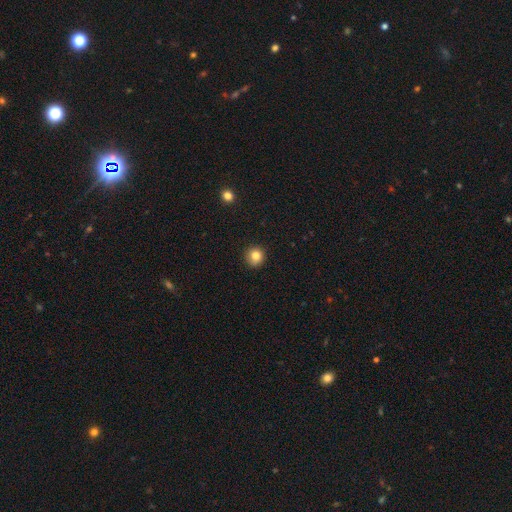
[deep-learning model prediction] This is clearly a smooth galaxy (82%). How rounded: clearly round (92%). Merging: clearly none (89%).